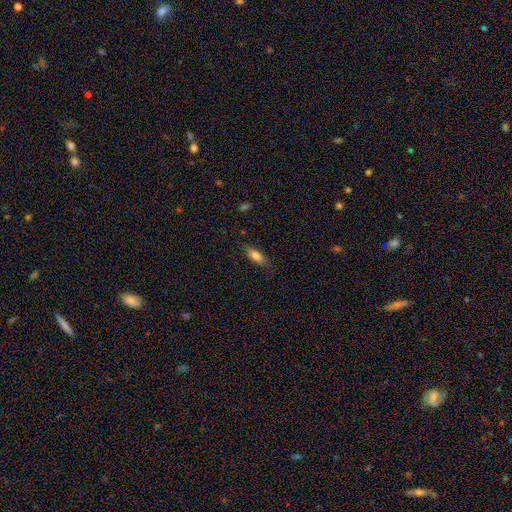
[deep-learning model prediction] smooth-or-featured: smooth: 79% | featured or disk: 13% | star or artifact: 8%
  how-rounded: in between: 75% | cigar-shaped: 22% | round: 3%
  merging: none: 78% | minor disturbance: 16% | major disturbance: 5% | merger: 1%